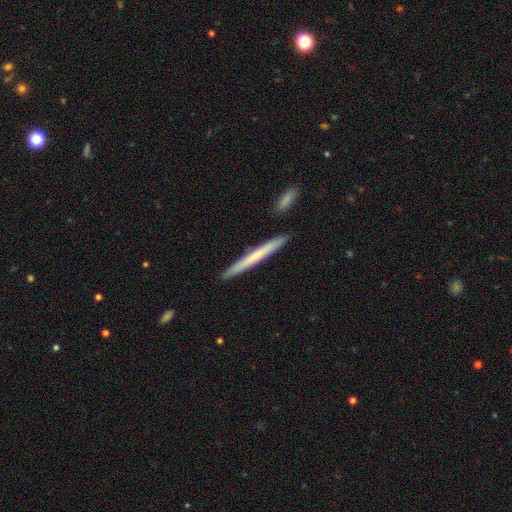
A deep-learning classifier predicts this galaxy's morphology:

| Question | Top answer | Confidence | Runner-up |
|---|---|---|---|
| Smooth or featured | smooth | 56% | featured or disk (39%) |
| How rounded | cigar-shaped | 97% | in between (2%) |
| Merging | none | 90% | minor disturbance (7%) |